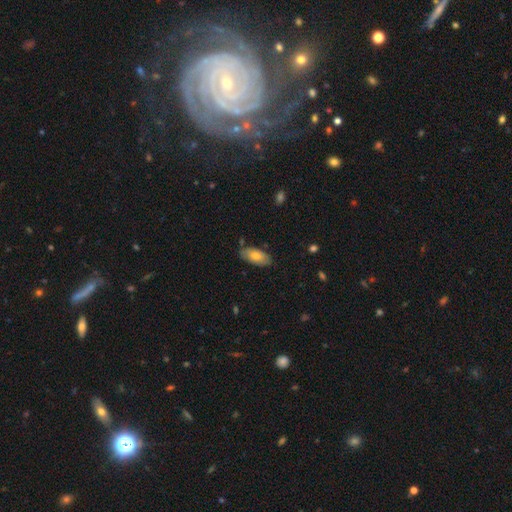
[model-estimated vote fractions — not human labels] Smooth or featured? Predicted: smooth (p=0.72). How rounded? Predicted: in between (p=0.91). Merging? Predicted: none (p=0.81).